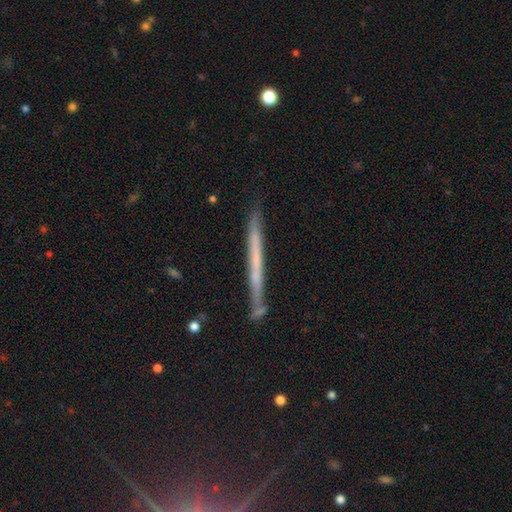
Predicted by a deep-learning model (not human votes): Smooth or featured: featured or disk — 53% (smooth — 40%)
Edge-on disk: yes — 95% (no — 5%)
Edge-on bulge: none — 89% (rounded — 7%)
Merging: none — 83% (minor disturbance — 12%)